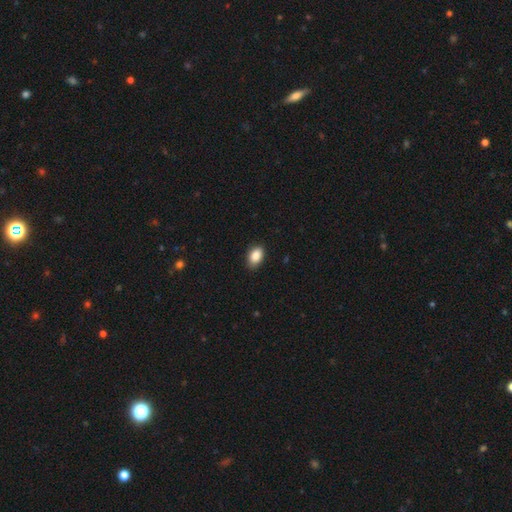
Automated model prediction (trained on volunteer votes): This is clearly a smooth galaxy (88%). How rounded: clearly in between (89%). Merging: clearly none (87%).